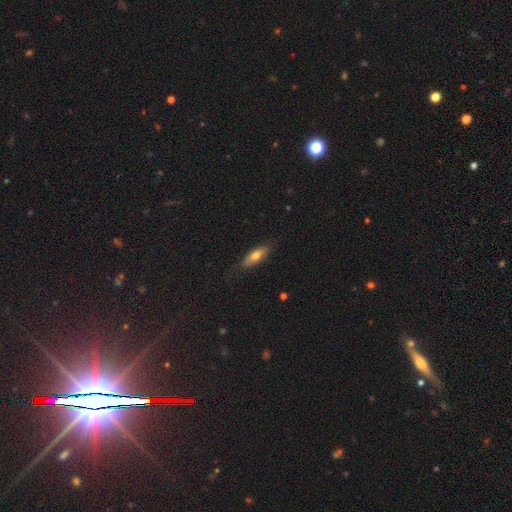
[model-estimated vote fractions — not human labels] Overall: smooth (67%; featured or disk 27%). How rounded: in between (60%; cigar-shaped 37%). Merging: none (76%).